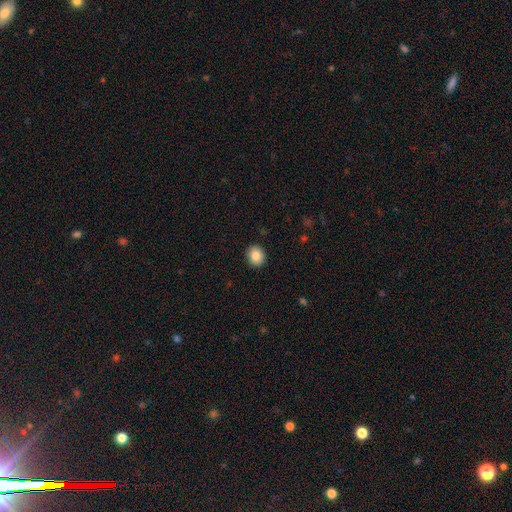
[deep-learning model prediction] smooth-or-featured: smooth: 86% | star or artifact: 8% | featured or disk: 6%
  how-rounded: round: 70% | in between: 29% | cigar-shaped: 1%
  merging: none: 91% | minor disturbance: 6% | major disturbance: 2% | merger: 1%